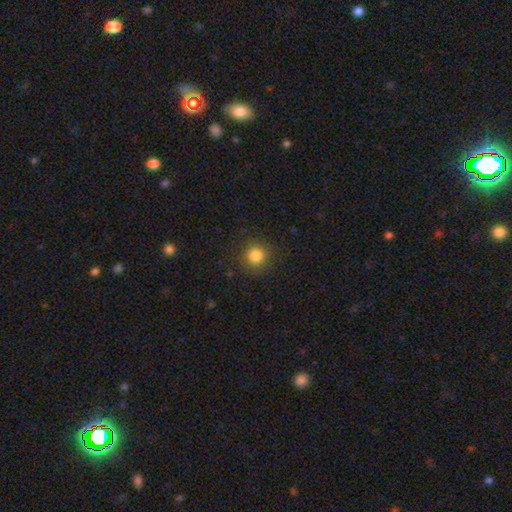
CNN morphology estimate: smooth-or-featured: smooth: 84% | star or artifact: 12% | featured or disk: 5%
  how-rounded: round: 94% | in between: 5% | cigar-shaped: 1%
  merging: none: 88% | minor disturbance: 8% | major disturbance: 3% | merger: 1%